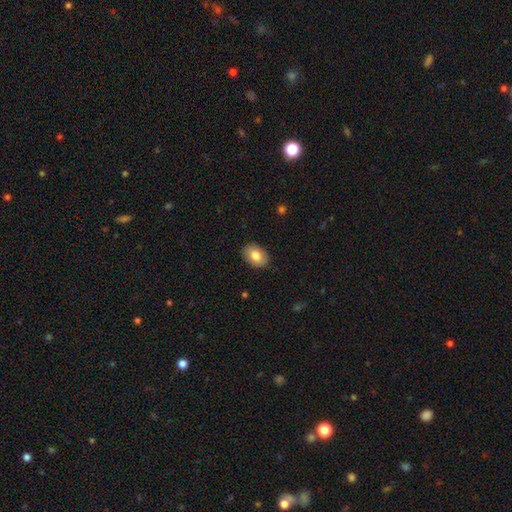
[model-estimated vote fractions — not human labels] smooth-or-featured: smooth: 81% | featured or disk: 12% | star or artifact: 7%
  how-rounded: in between: 80% | round: 19% | cigar-shaped: 1%
  merging: none: 88% | minor disturbance: 9% | major disturbance: 2% | merger: 1%